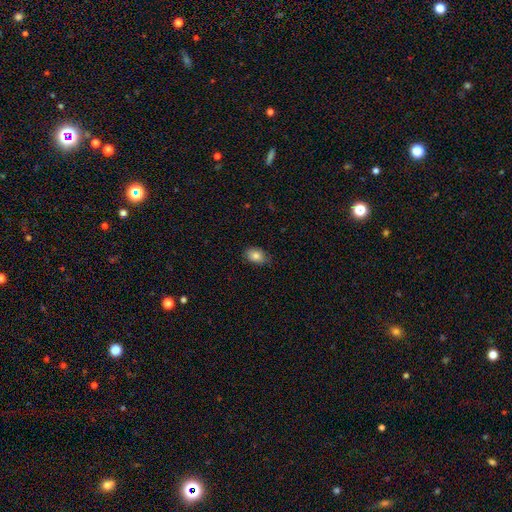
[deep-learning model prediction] Overall: smooth (83%). How rounded: in between (81%). Merging: none (78%).